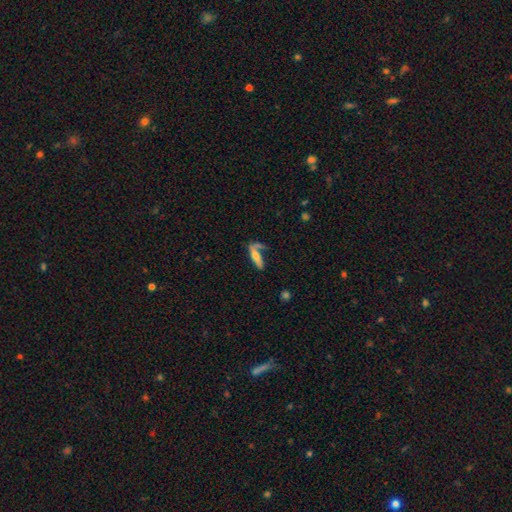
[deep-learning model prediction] Morphology: type=smooth (54%); roundness=cigar-shaped (66%); merging=none (46%).